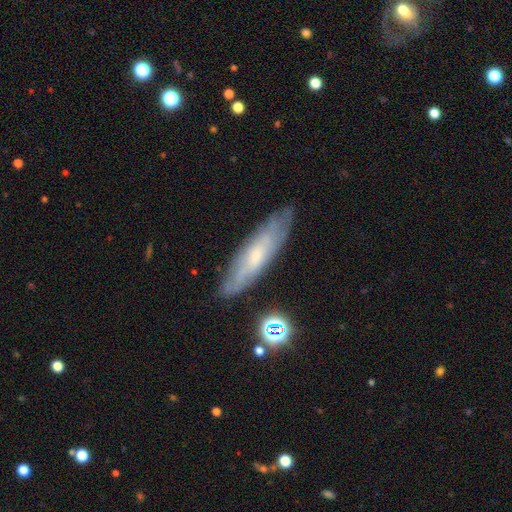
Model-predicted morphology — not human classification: type=featured or disk (50%); merging=none (78%).